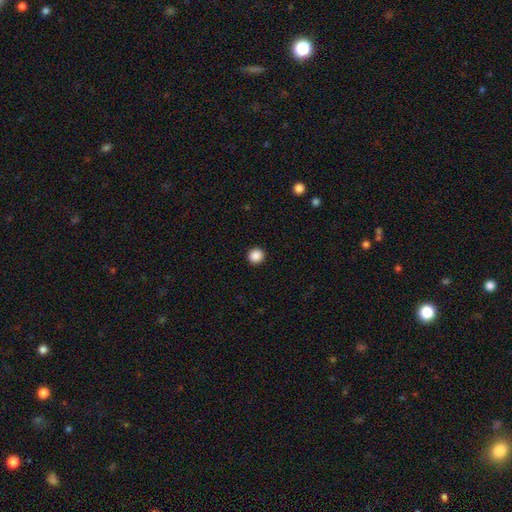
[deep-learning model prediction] Smooth or featured? Predicted: smooth (p=0.88). How rounded? Predicted: round (p=0.94). Merging? Predicted: none (p=0.93).